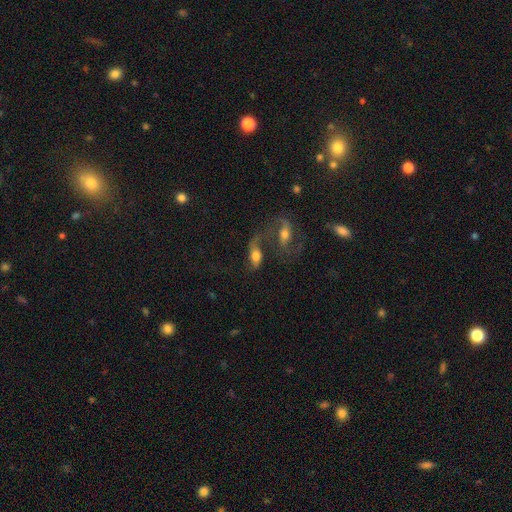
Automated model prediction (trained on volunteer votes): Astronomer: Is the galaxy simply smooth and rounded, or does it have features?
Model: featured or disk — 49% (runner-up: smooth, 40%).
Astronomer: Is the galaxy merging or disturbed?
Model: merger — 51%.